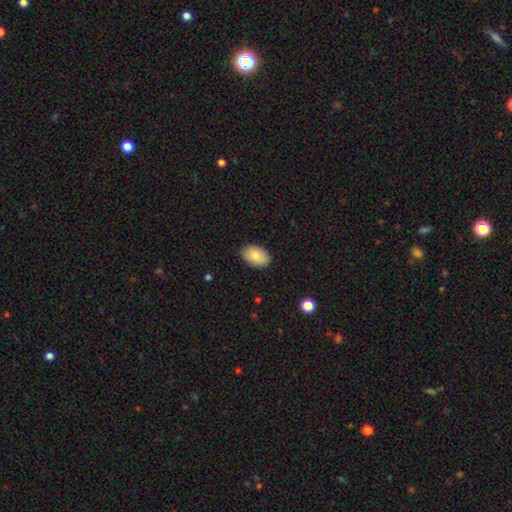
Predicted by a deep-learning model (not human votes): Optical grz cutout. It shows a smooth galaxy with no disk features (82%) that is in between round and cigar-shaped (91%). Merging: none (87%).